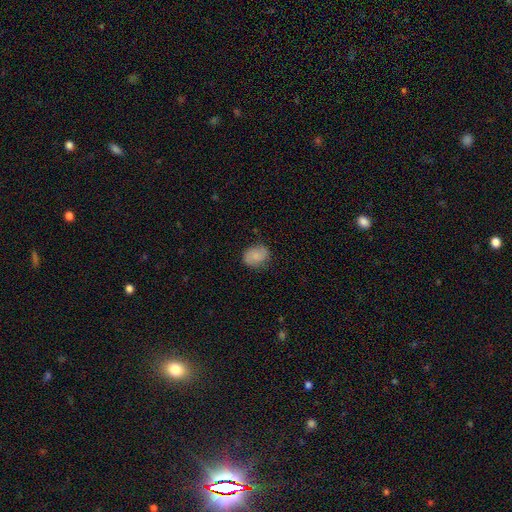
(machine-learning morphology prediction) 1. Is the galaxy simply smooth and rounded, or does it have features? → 69% smooth, 23% featured or disk, 8% star or artifact.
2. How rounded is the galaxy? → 60% in between, 39% round, 1% cigar-shaped.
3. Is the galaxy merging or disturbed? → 77% none, 18% minor disturbance, 4% major disturbance, 1% merger.